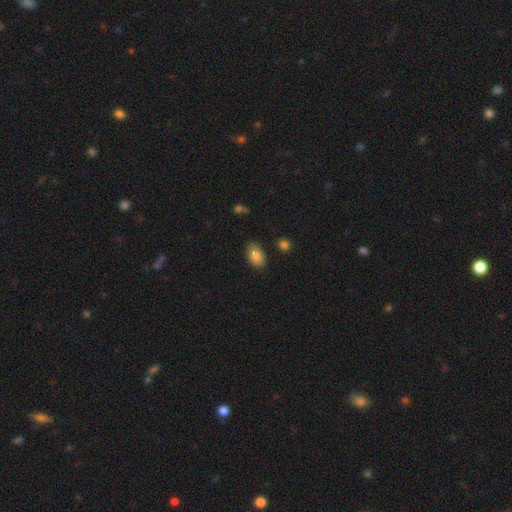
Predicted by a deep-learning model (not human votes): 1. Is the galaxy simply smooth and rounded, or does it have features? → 85% smooth, 8% featured or disk, 8% star or artifact.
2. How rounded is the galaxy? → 91% in between, 8% round, 1% cigar-shaped.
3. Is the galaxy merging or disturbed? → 82% none, 13% minor disturbance, 3% major disturbance, 2% merger.